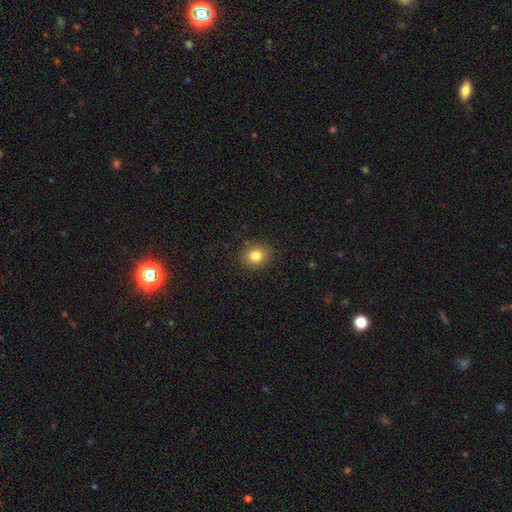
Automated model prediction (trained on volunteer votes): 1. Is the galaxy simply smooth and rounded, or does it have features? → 82% smooth, 11% star or artifact, 7% featured or disk.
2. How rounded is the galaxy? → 71% round, 28% in between, 1% cigar-shaped.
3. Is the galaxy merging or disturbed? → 89% none, 8% minor disturbance, 2% major disturbance, 1% merger.